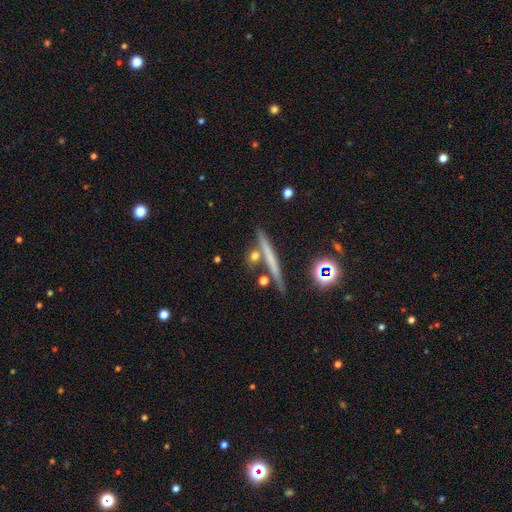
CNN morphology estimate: smooth_or_featured: featured or disk (p=0.45) [alt: smooth p=0.44]
merging: none (p=0.77) [alt: minor disturbance p=0.10]